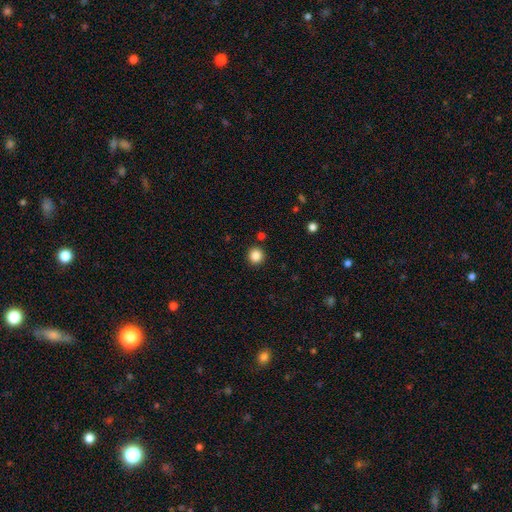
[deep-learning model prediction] Q: Smooth or featured?
A: smooth (86%); runner-up: star or artifact (11%)
Q: How rounded?
A: round (94%); runner-up: in between (5%)
Q: Merging?
A: none (91%); runner-up: minor disturbance (5%)